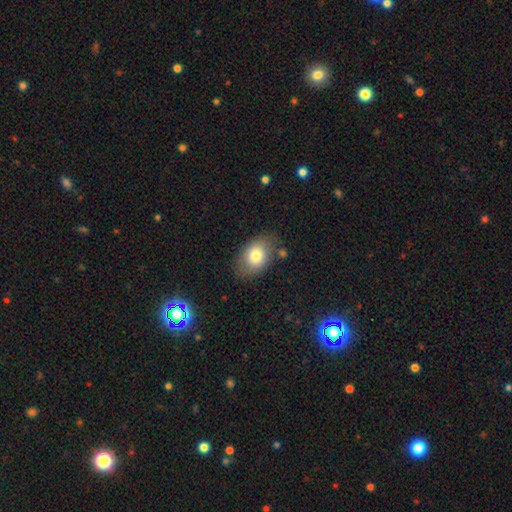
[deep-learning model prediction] Smooth or featured? smooth (77%)
How rounded? in between (79%)
Merging? none (74%)